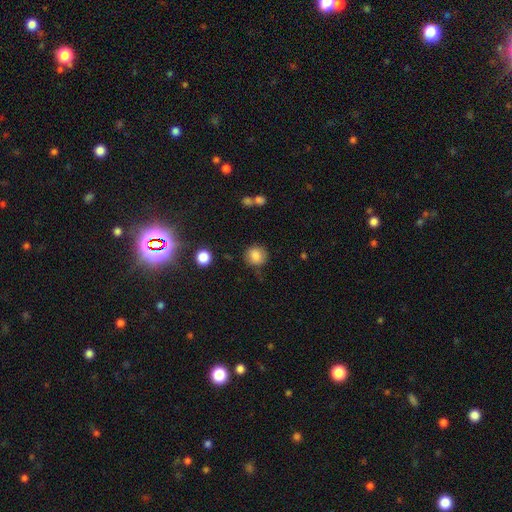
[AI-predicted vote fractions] Smooth or featured: smooth — 84% (star or artifact — 10%)
How rounded: round — 82% (in between — 17%)
Merging: none — 77% (minor disturbance — 16%)